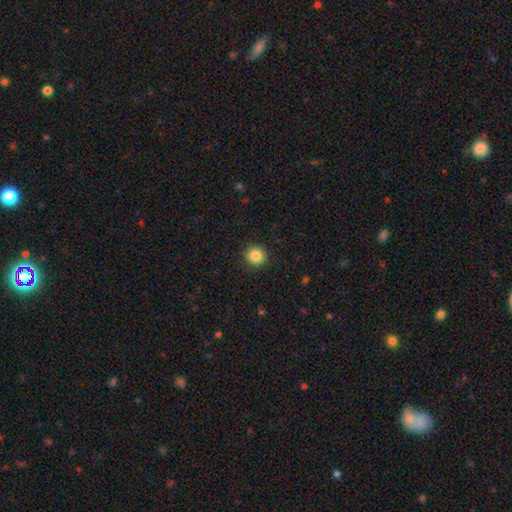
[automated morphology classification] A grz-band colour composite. It shows a smooth galaxy with no disk features (86%) that is round (94%). Merging: none (91%).